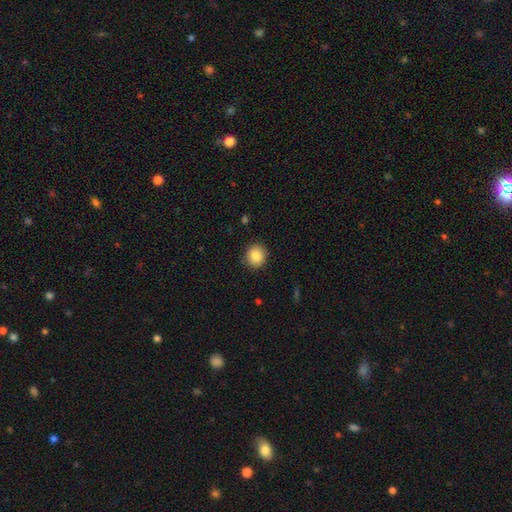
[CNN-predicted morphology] A smooth galaxy with no disk features (86%) that is round (86%). Merging: none (90%).